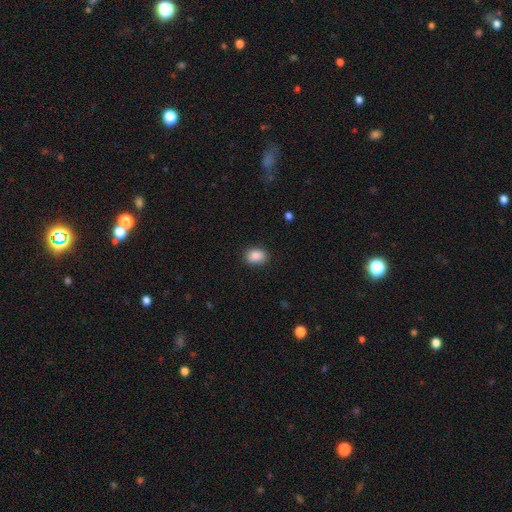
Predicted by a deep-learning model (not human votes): A smooth galaxy with no disk features (89%) that is in between round and cigar-shaped (66%).

Vote fractions:
- Smooth or featured? smooth: 89% / star or artifact: 8% / featured or disk: 3%
- How rounded? in between: 66% / round: 33% / cigar-shaped: 1%
- Merging? none: 87% / minor disturbance: 9% / major disturbance: 2% / merger: 1%